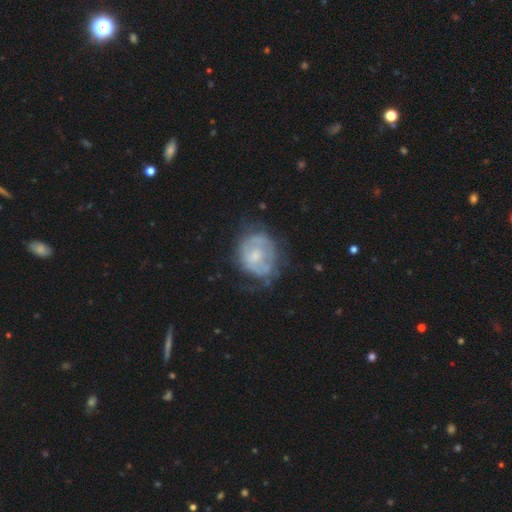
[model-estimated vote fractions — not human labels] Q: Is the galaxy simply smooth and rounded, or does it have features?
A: featured or disk — 56%.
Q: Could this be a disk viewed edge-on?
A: no — 97%.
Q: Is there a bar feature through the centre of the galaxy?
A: no — 68%.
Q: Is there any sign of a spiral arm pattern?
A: no — 55%.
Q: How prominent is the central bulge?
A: moderate — 43%.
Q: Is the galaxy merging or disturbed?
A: none — 51%.